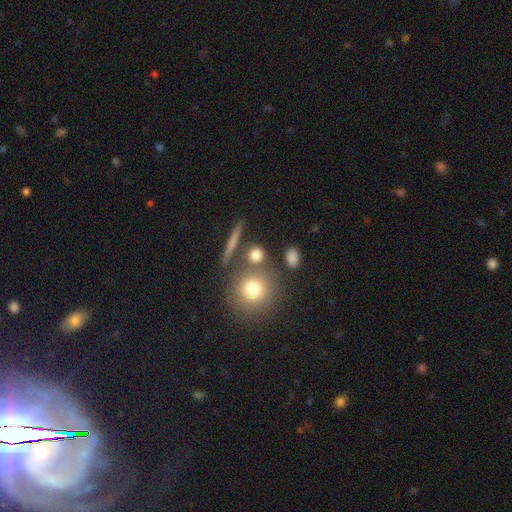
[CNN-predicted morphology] A smooth galaxy with no disk features (72%) that is round (72%). Merging: none (75%).